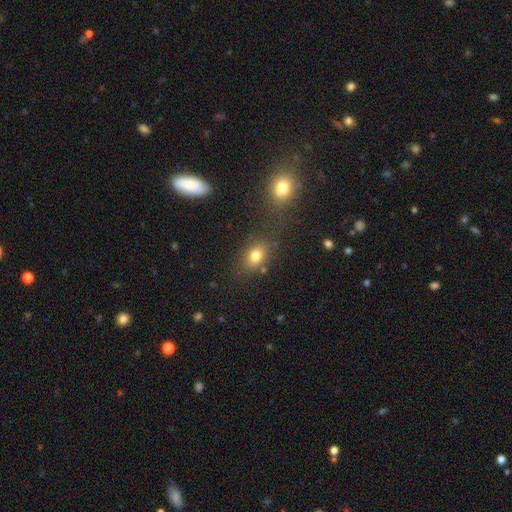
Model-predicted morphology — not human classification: Smooth or featured?
  - smooth: 78% *
  - star or artifact: 13%
  - featured or disk: 10%
How rounded?
  - in between: 71% *
  - round: 27%
  - cigar-shaped: 2%
Merging?
  - none: 73% *
  - minor disturbance: 13%
  - merger: 9%
  - major disturbance: 5%